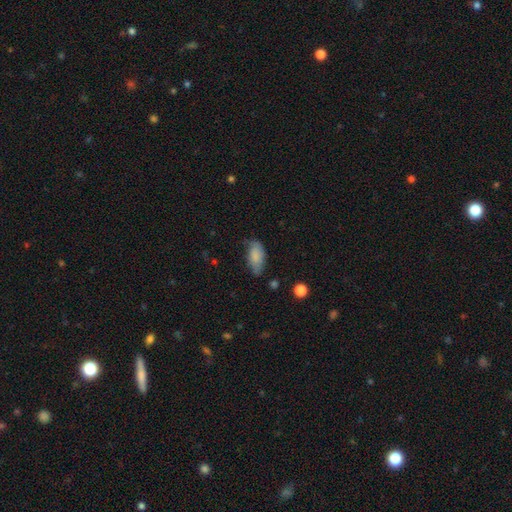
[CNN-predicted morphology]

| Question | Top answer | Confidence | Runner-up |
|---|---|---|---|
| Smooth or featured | smooth | 81% | featured or disk (11%) |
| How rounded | in between | 90% | cigar-shaped (7%) |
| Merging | none | 54% | minor disturbance (34%) |